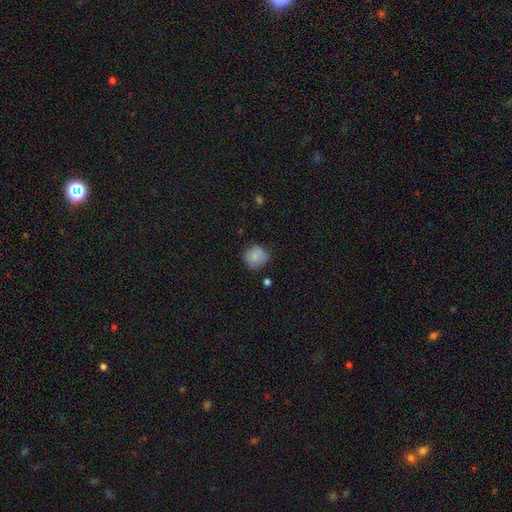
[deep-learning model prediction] The model was most divided on "merging": none: 71%, minor disturbance: 20%, major disturbance: 5%, merger: 4%. More confident: how rounded — round (87%); smooth or featured — smooth (81%).